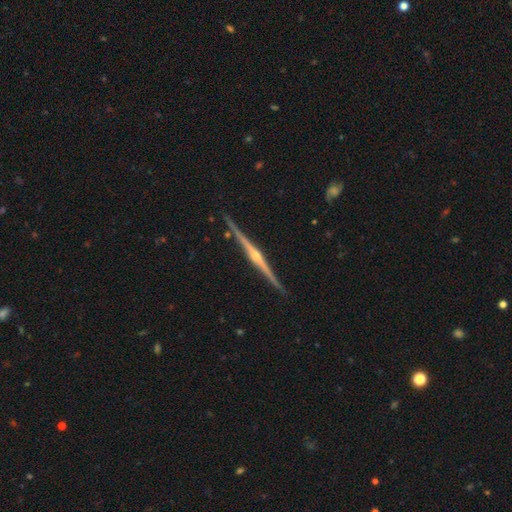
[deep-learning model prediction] A featured or disk galaxy (89%) viewed edge-on (99%) with a rounded central bulge (87%). Merging: none (91%).